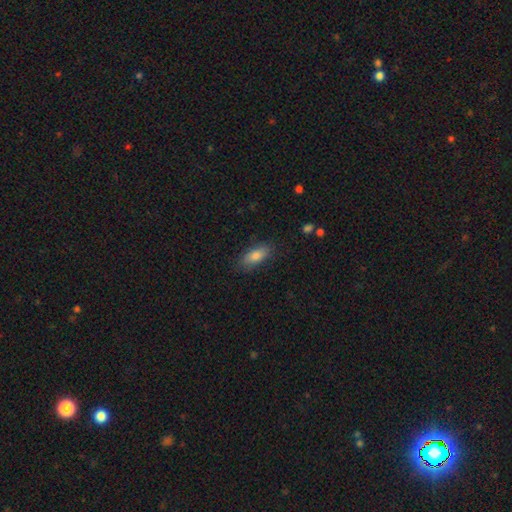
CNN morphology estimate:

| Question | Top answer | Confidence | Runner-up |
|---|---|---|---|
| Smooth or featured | smooth | 79% | featured or disk (13%) |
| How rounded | in between | 80% | cigar-shaped (17%) |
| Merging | none | 83% | minor disturbance (13%) |